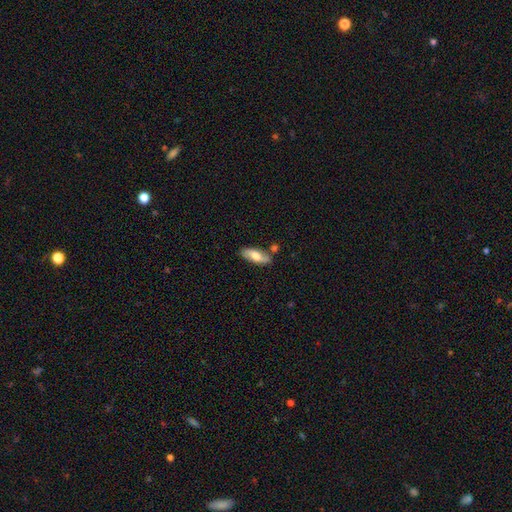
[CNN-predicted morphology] smooth-or-featured: smooth: 65% | featured or disk: 29% | star or artifact: 6%
  how-rounded: in between: 73% | cigar-shaped: 25% | round: 3%
  merging: none: 66% | minor disturbance: 19% | merger: 11% | major disturbance: 4%